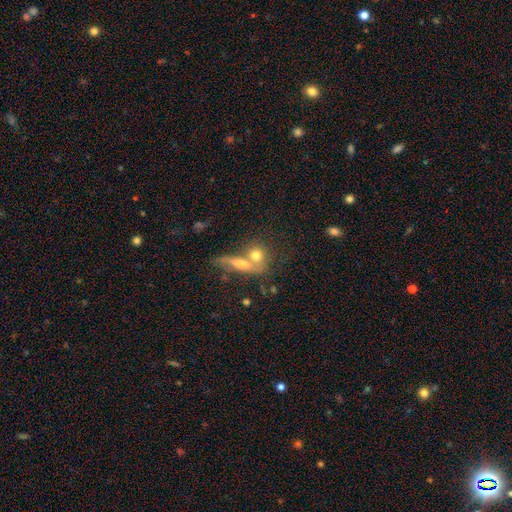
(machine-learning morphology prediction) Smooth or featured? Predicted: smooth (p=0.69). How rounded? Predicted: round (p=0.61). Merging? Predicted: merger (p=0.49).